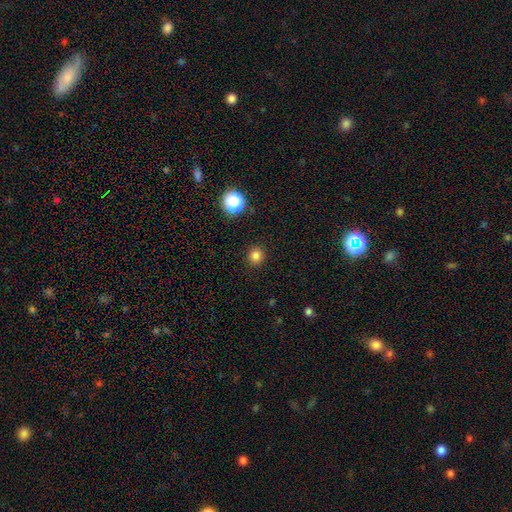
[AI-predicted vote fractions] This is clearly a smooth galaxy (81%). How rounded: clearly round (93%). Merging: clearly none (92%).